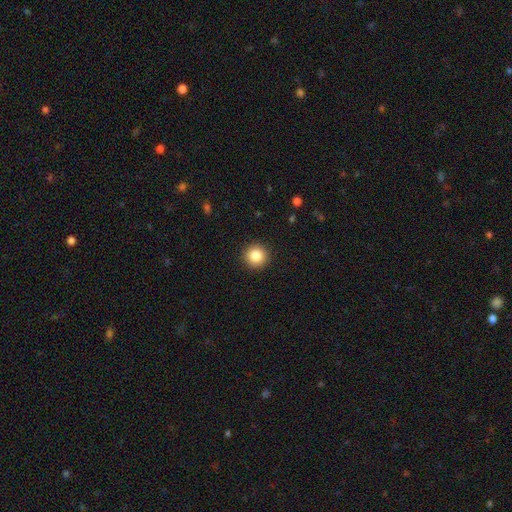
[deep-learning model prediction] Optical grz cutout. It shows a smooth galaxy with no disk features (85%) that is round (95%). Merging: none (92%).